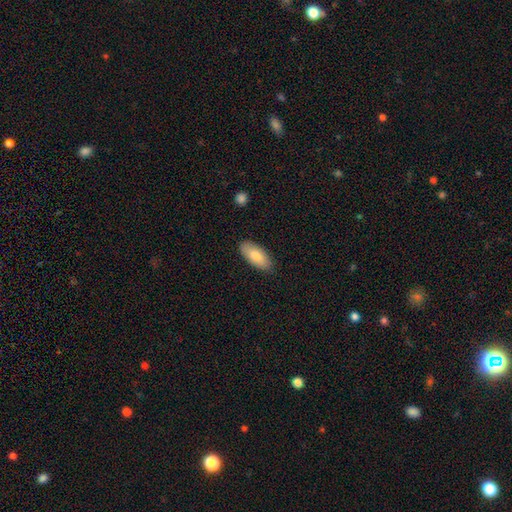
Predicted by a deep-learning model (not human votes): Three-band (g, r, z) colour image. It shows a smooth galaxy with no disk features (77%) that is in between round and cigar-shaped (88%). Merging: none (87%).